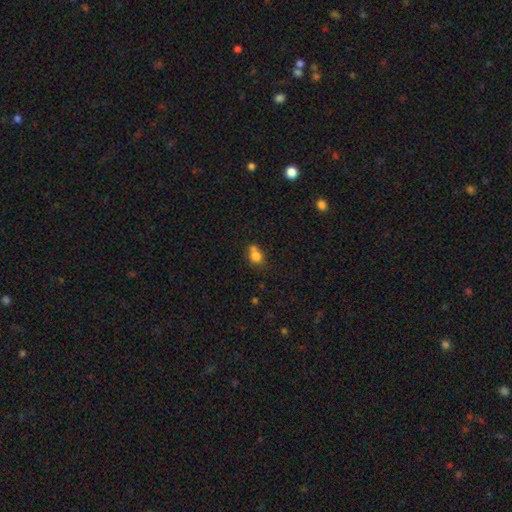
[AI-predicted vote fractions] Overall: smooth (77%). How rounded: round (62%; in between 37%). Merging: none (41%; merger 40%).